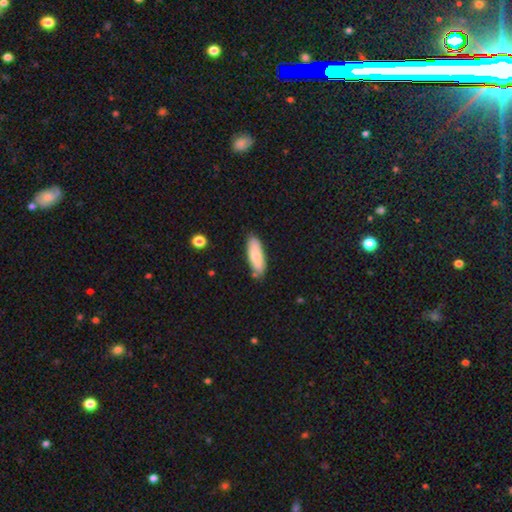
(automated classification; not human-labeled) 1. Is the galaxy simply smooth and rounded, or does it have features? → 76% smooth, 18% featured or disk, 6% star or artifact.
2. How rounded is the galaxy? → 65% in between, 34% cigar-shaped, 2% round.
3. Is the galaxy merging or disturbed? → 80% none, 15% minor disturbance, 3% merger, 2% major disturbance.